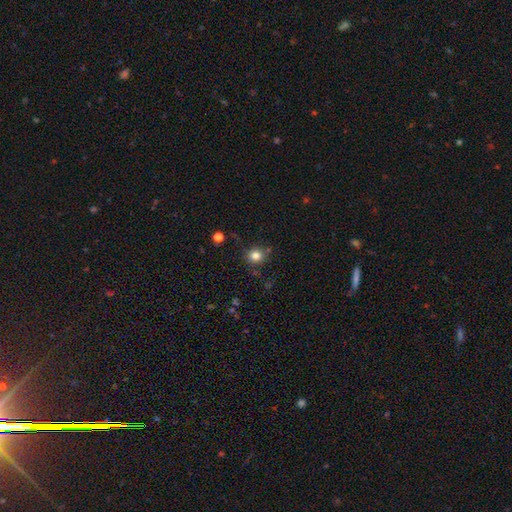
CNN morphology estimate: Q: Smooth or featured?
A: smooth (81%); runner-up: star or artifact (13%)
Q: How rounded?
A: round (86%); runner-up: in between (13%)
Q: Merging?
A: none (82%); runner-up: minor disturbance (12%)